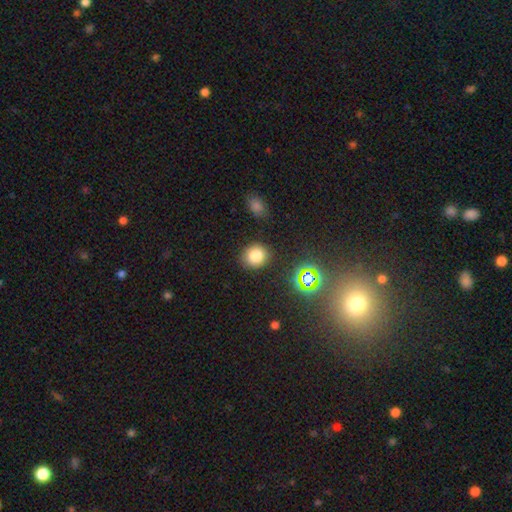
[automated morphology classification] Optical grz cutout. It shows a smooth galaxy with no disk features (78%) that is round (80%). Merging: none (87%).